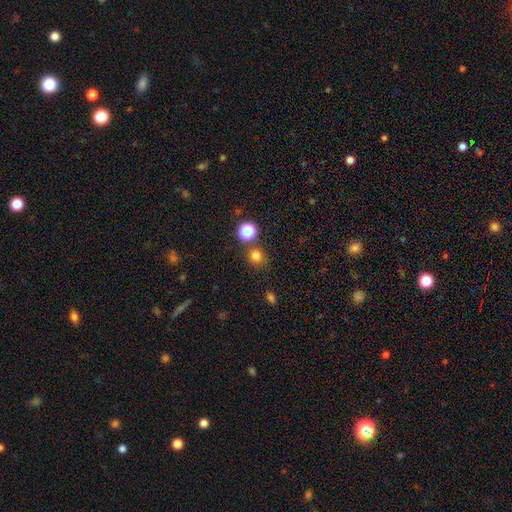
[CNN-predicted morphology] Smooth or featured: smooth — 76% (star or artifact — 19%)
How rounded: round — 88% (in between — 11%)
Merging: none — 75% (minor disturbance — 11%)